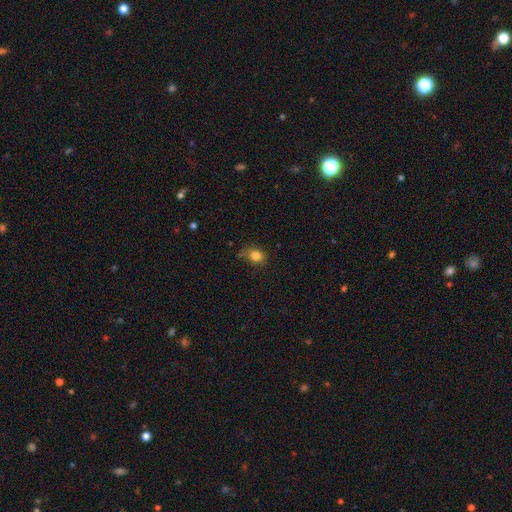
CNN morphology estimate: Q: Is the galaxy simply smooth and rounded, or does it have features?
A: smooth — 82%.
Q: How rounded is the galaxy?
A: round — 60%.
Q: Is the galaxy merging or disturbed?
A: none — 67%.